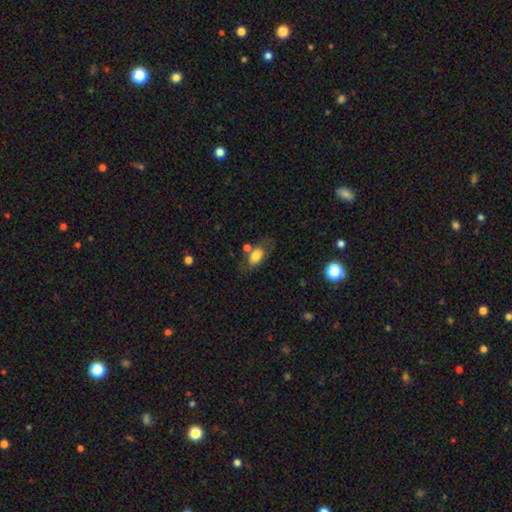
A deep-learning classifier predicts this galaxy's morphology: The model was most divided on "merging": none: 55%, minor disturbance: 19%, merger: 15%, major disturbance: 11%. More confident: how rounded — in between (85%); smooth or featured — smooth (71%).